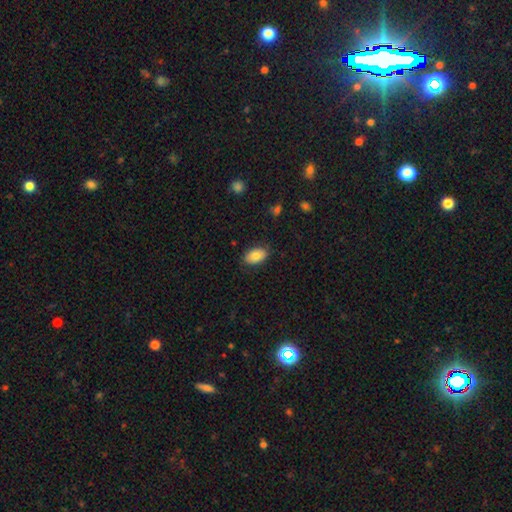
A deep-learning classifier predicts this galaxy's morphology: This appears to be a smooth galaxy with no disk features (80%) that is in between round and cigar-shaped (92%). Merging: none (85%).